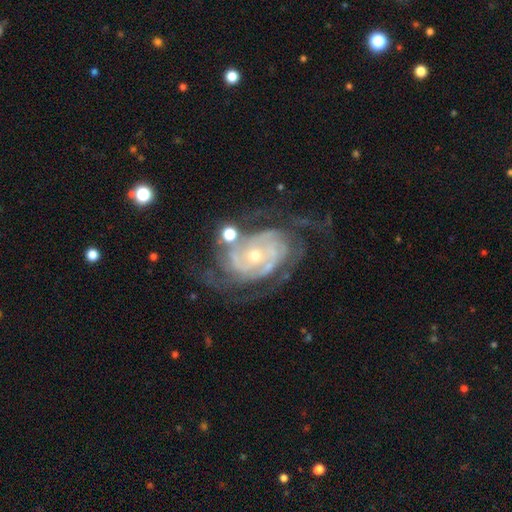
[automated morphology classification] This appears to be a featured or disk galaxy (89%) with no bar (71%), tight (66%) spiral arms (96%) and a small central bulge (61%). Merging: none (57%).